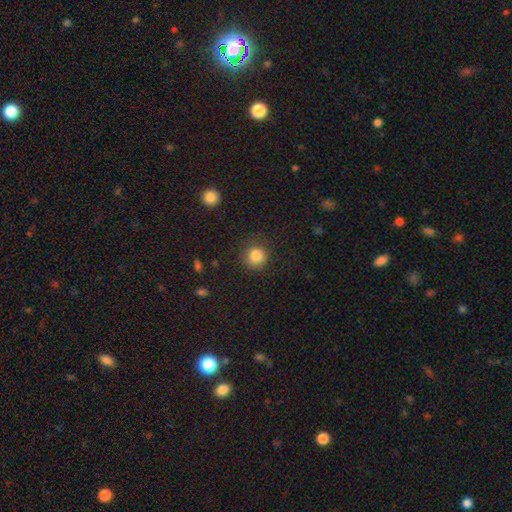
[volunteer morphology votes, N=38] Overall: smooth (97%). How rounded: round (95%). Merging: none (82%).